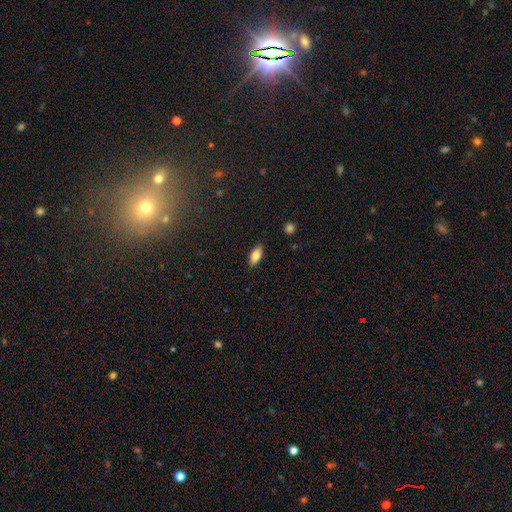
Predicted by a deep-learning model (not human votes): The model was most divided on "how rounded": in between: 82%, cigar-shaped: 15%, round: 3%. More confident: merging — none (86%); smooth or featured — smooth (81%).